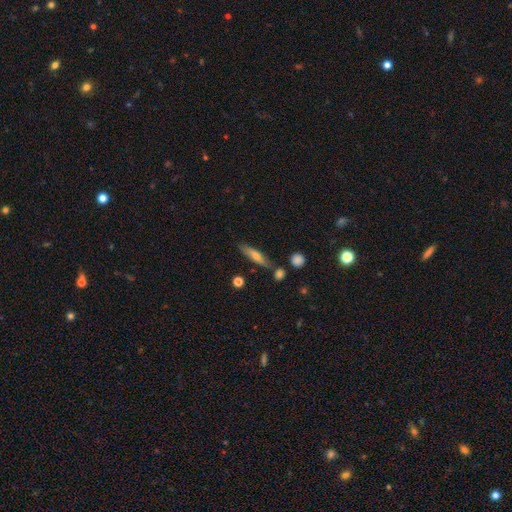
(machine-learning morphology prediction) This is possibly a smooth galaxy (57%). How rounded: likely cigar-shaped (78%). Merging: likely none (78%).